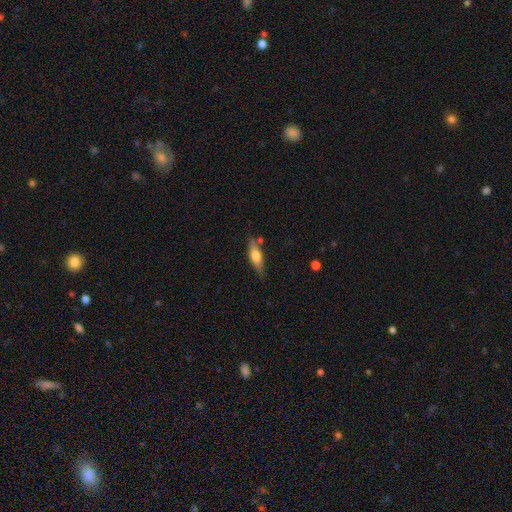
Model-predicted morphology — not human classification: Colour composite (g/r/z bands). It shows a smooth galaxy with no disk features (56%) that is cigar-shaped (55%). Merging: none (76%).